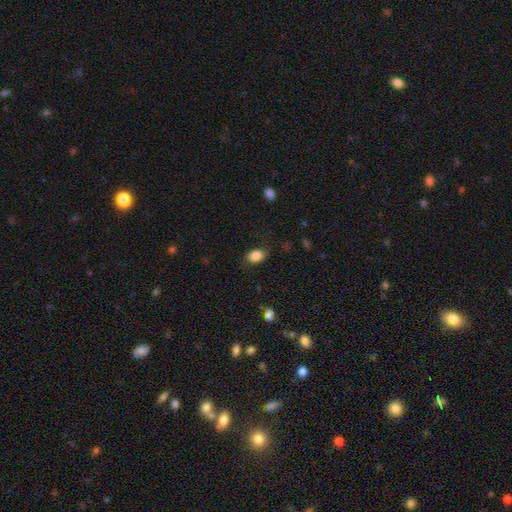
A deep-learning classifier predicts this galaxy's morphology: A smooth galaxy with no disk features (86%) that is in between round and cigar-shaped (77%). Merging: none (76%).